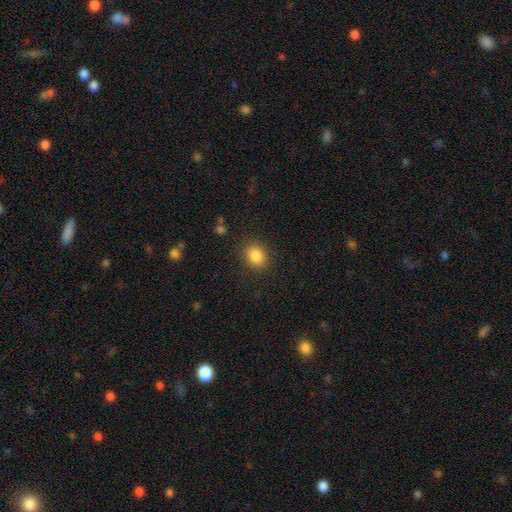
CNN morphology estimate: Smooth or featured?
  - smooth: 85% *
  - star or artifact: 10%
  - featured or disk: 5%
How rounded?
  - round: 53% *
  - in between: 46%
  - cigar-shaped: 1%
Merging?
  - none: 87% *
  - minor disturbance: 9%
  - major disturbance: 3%
  - merger: 1%